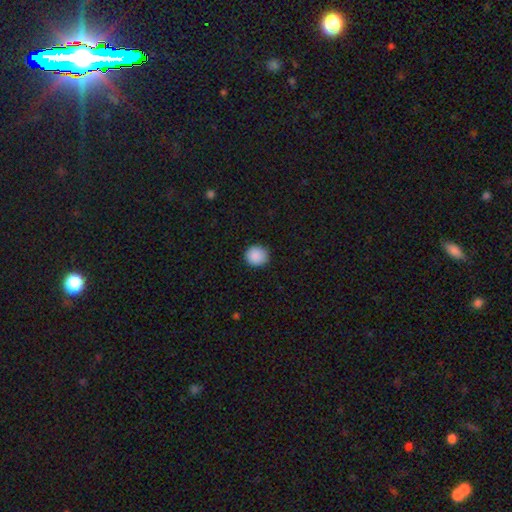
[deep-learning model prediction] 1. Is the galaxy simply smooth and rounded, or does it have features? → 90% smooth, 8% star or artifact, 2% featured or disk.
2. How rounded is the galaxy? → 90% round, 9% in between, 1% cigar-shaped.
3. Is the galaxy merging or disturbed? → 90% none, 8% minor disturbance, 2% major disturbance, 1% merger.